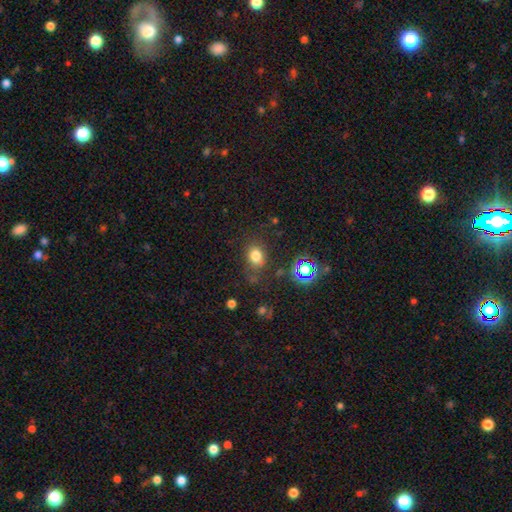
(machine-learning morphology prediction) smooth-or-featured: smooth: 75% | star or artifact: 17% | featured or disk: 8%
  how-rounded: in between: 55% | round: 44% | cigar-shaped: 1%
  merging: none: 72% | minor disturbance: 17% | major disturbance: 7% | merger: 4%